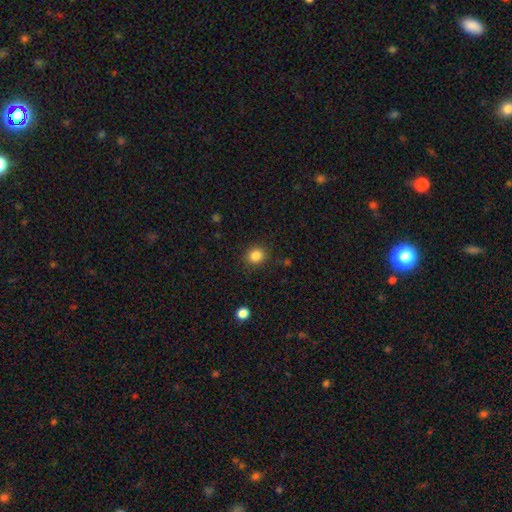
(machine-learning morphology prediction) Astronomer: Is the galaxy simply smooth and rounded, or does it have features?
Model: smooth — 85%.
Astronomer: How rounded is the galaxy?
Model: round — 78%.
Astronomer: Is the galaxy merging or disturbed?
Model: none — 88%.